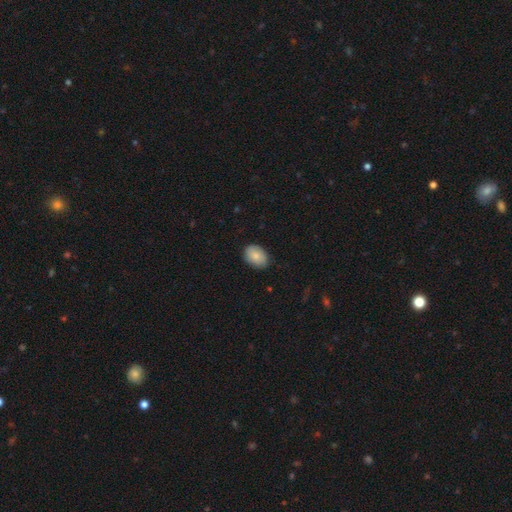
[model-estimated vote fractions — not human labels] A smooth galaxy with no disk features (83%) that is in between round and cigar-shaped (79%). Merging: none (84%).